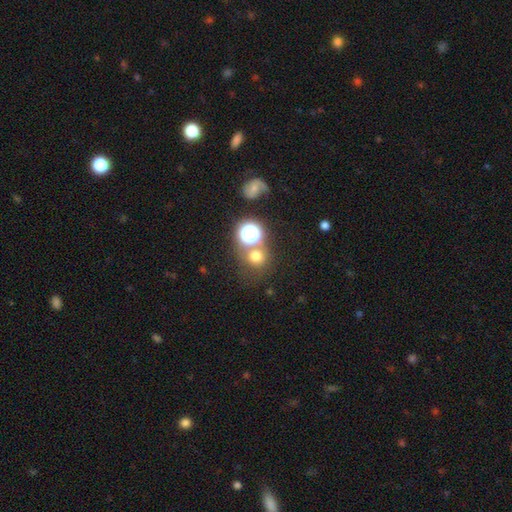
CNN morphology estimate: Smooth or featured: smooth — 66% (star or artifact — 24%)
How rounded: round — 87% (in between — 12%)
Merging: none — 63% (merger — 22%)